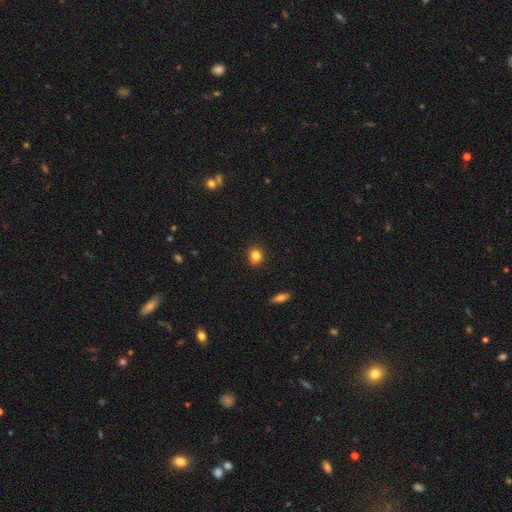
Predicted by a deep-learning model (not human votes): Overall: smooth (82%). How rounded: round (71%). Merging: none (87%).